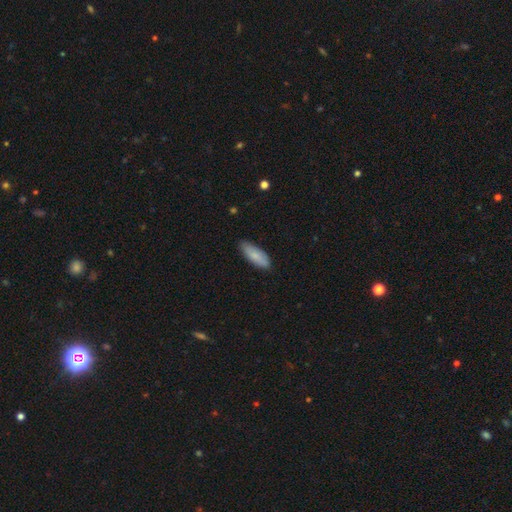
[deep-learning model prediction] Smooth or featured?
  - smooth: 82% *
  - featured or disk: 13%
  - star or artifact: 6%
How rounded?
  - in between: 68% *
  - cigar-shaped: 31%
  - round: 2%
Merging?
  - none: 81% *
  - minor disturbance: 16%
  - major disturbance: 2%
  - merger: 1%